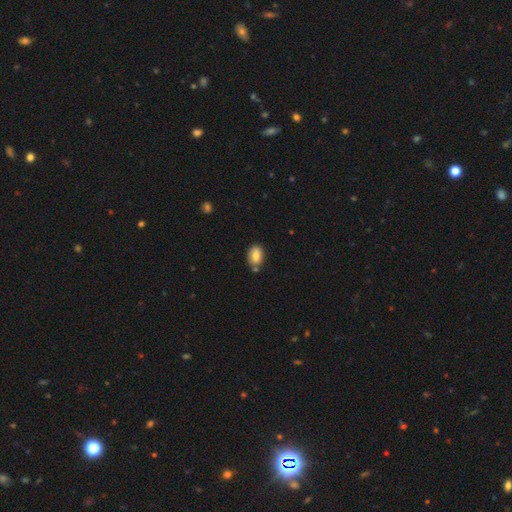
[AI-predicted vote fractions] Smooth or featured: smooth — 76% (featured or disk — 15%)
How rounded: in between — 81% (round — 17%)
Merging: none — 70% (minor disturbance — 17%)